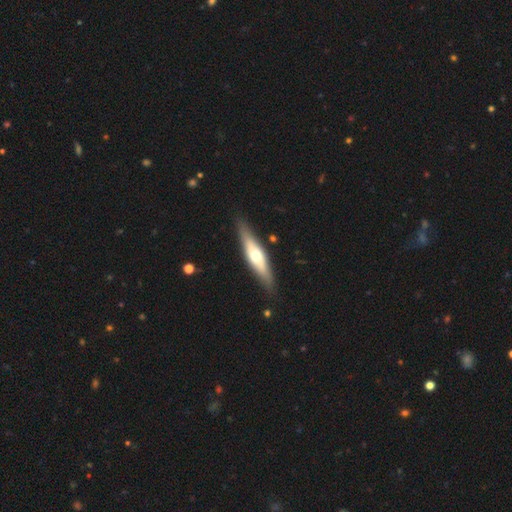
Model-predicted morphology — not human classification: Smooth or featured? Predicted: featured or disk (p=0.55). Edge-on disk? Predicted: yes (p=0.83). Merging? Predicted: none (p=0.86).